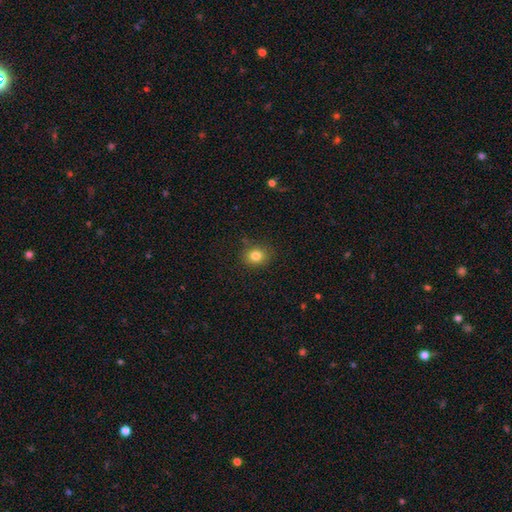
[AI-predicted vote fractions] Q: Smooth or featured?
A: smooth (81%); runner-up: star or artifact (12%)
Q: How rounded?
A: round (70%); runner-up: in between (29%)
Q: Merging?
A: none (85%); runner-up: minor disturbance (10%)